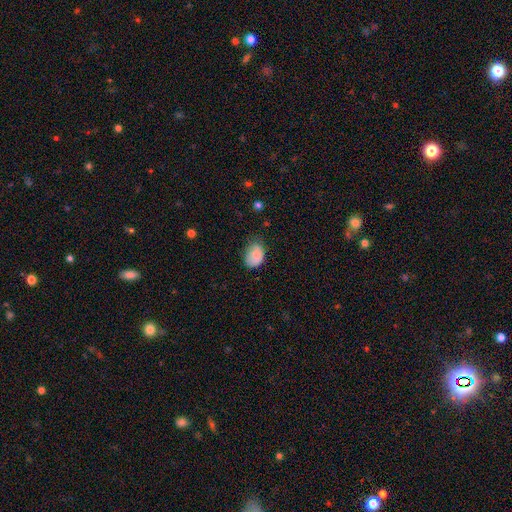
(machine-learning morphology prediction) Smooth or featured: smooth — 78% (featured or disk — 14%)
How rounded: in between — 76% (round — 23%)
Merging: none — 51% (minor disturbance — 38%)